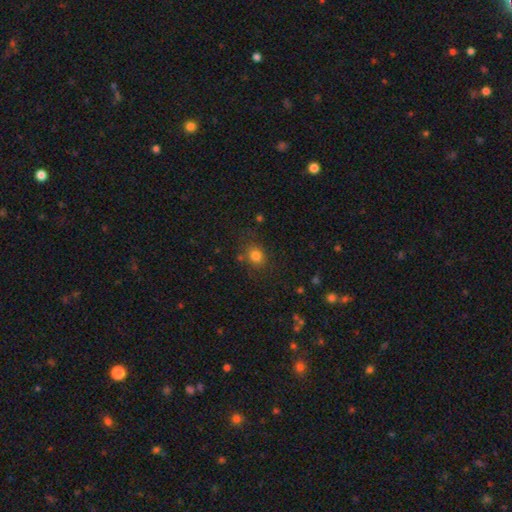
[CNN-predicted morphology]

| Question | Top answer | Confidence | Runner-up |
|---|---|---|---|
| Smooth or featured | smooth | 80% | star or artifact (14%) |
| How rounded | round | 70% | in between (29%) |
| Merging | none | 77% | minor disturbance (13%) |